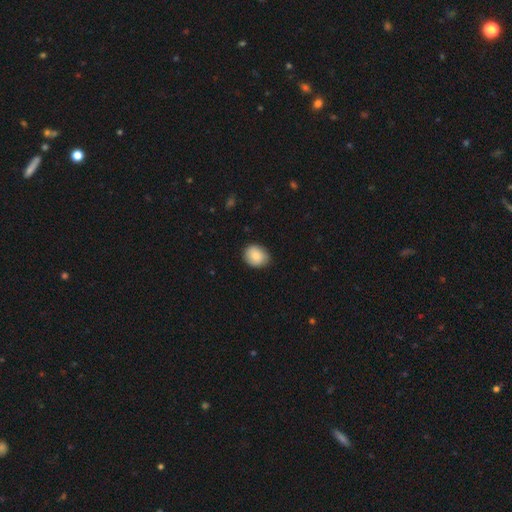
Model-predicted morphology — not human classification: This is clearly a smooth galaxy (85%). How rounded: likely round (62%). Merging: clearly none (83%).